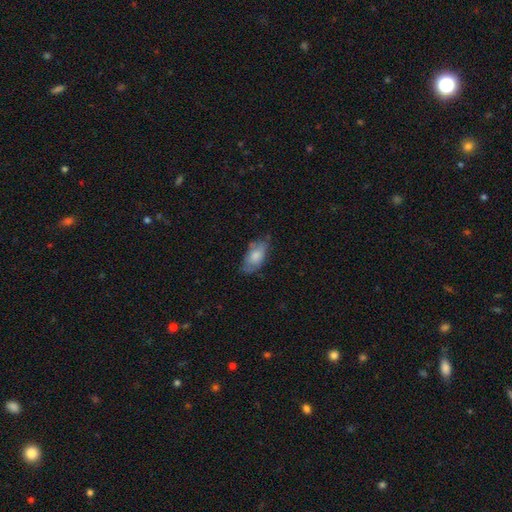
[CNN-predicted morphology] type=smooth (72%); roundness=in between (90%); merging=none (59%).